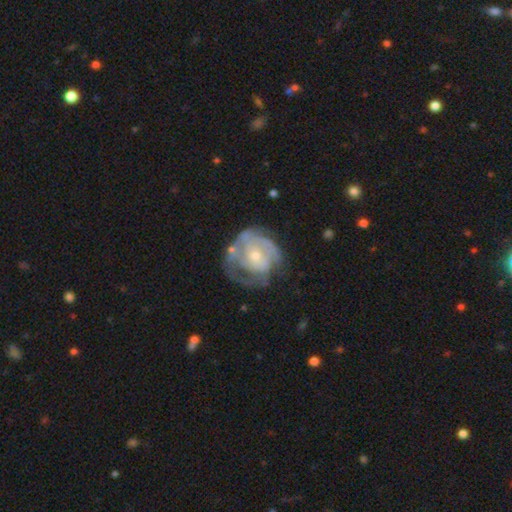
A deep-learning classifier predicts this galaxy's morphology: featured or disk 74%, smooth 20%, star or artifact 7%. Down the decision tree: edge-on disk — no (97%); bar — no (73%); spiral arms — yes (73%); spiral arm count — can't tell (47%); spiral winding — tight (58%); bulge size — small (62%); merging — none (50%).